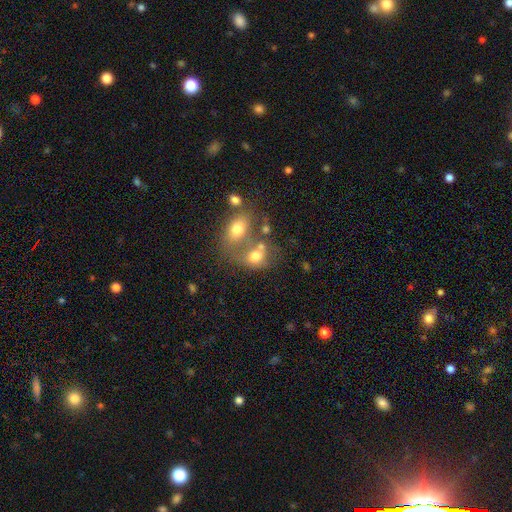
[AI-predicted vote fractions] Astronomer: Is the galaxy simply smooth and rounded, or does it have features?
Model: smooth — 68%.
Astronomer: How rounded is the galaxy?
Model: in between — 63%.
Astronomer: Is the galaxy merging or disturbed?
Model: merger — 55%.